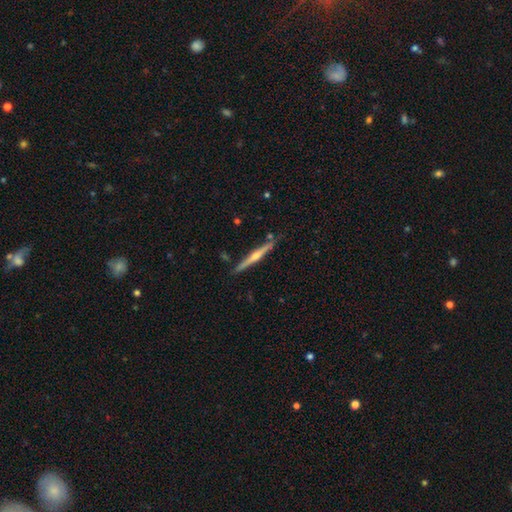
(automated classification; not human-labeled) Smooth or featured? Predicted: featured or disk (p=0.77). Edge-on disk? Predicted: yes (p=0.98). Edge-on bulge? Predicted: rounded (p=0.86). Merging? Predicted: none (p=0.88).